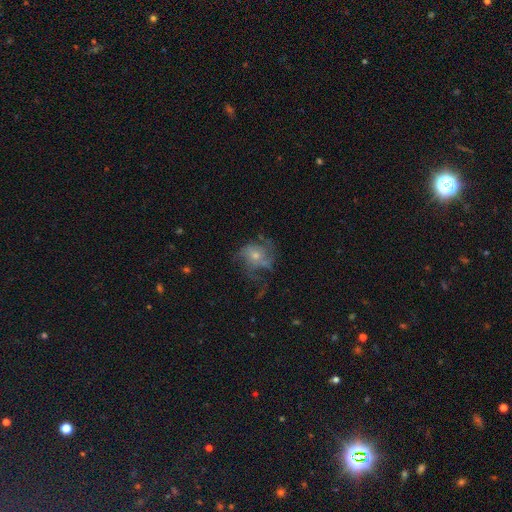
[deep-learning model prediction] Overall: featured or disk (65%). Edge-on disk: no (98%). Bar: no (81%). Spiral arms: yes (77%). Bulge size: small (52%; moderate 41%). Merging: none (44%; major disturbance 32%).